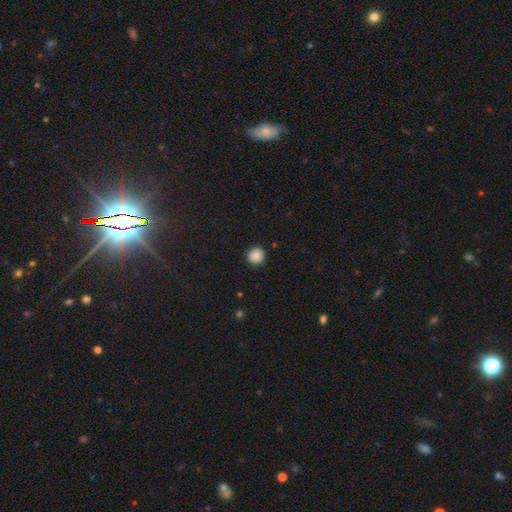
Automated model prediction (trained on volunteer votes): This appears to be a smooth galaxy with no disk features (87%) that is round (94%). Merging: none (90%).